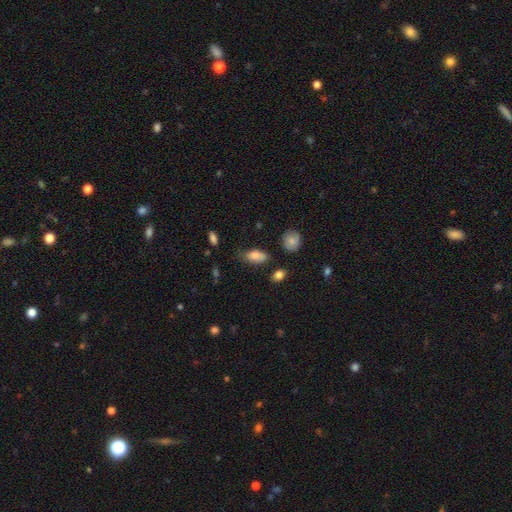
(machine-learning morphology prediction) Q: Smooth or featured?
A: smooth (83%); runner-up: featured or disk (8%)
Q: How rounded?
A: in between (89%); runner-up: cigar-shaped (6%)
Q: Merging?
A: none (60%); runner-up: minor disturbance (29%)